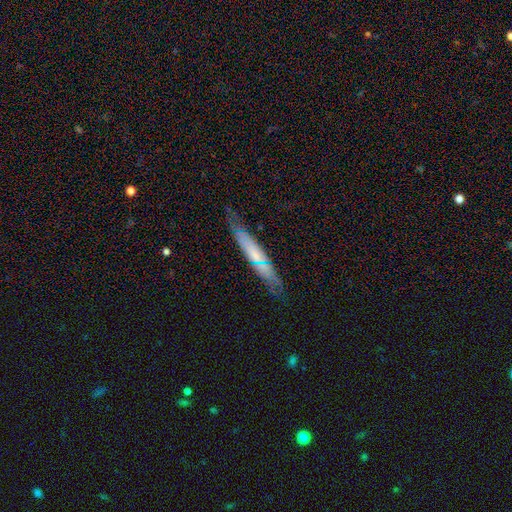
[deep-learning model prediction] Morphology: type=featured or disk (49%); merging=none (72%).